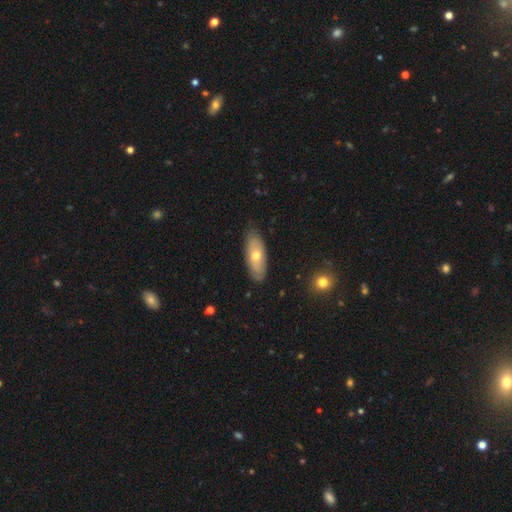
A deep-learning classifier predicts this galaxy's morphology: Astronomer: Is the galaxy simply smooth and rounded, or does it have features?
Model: smooth — 53% (runner-up: featured or disk, 40%).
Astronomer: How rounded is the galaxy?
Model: in between — 76%.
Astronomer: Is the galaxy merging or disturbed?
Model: none — 82%.